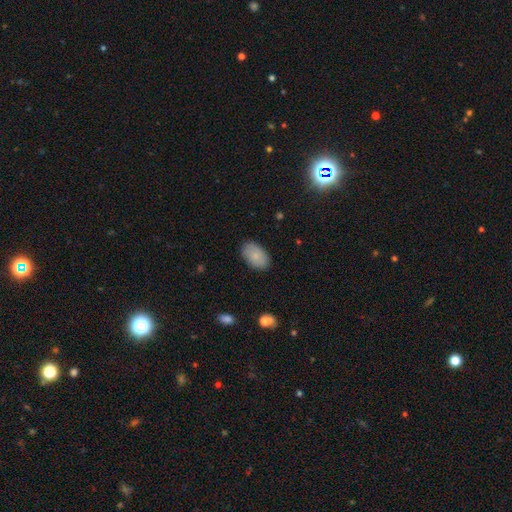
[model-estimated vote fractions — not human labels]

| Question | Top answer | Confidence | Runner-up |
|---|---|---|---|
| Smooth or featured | smooth | 83% | featured or disk (10%) |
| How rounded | in between | 93% | round (6%) |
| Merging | none | 86% | minor disturbance (10%) |